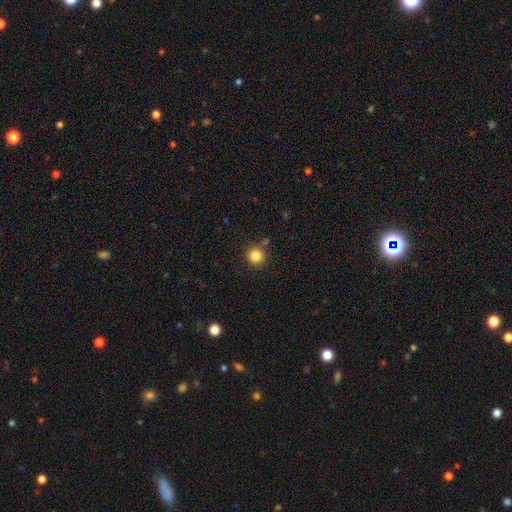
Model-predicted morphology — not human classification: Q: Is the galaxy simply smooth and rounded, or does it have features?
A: smooth — 84%.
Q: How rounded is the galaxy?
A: round — 94%.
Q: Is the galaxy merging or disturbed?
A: none — 83%.